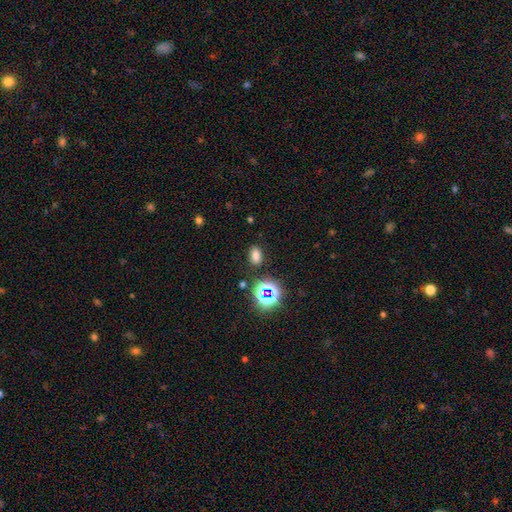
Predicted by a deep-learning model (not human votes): Smooth or featured?
  - smooth: 72% *
  - star or artifact: 22%
  - featured or disk: 6%
How rounded?
  - in between: 81% *
  - round: 17%
  - cigar-shaped: 2%
Merging?
  - none: 85% *
  - minor disturbance: 9%
  - major disturbance: 3%
  - merger: 3%